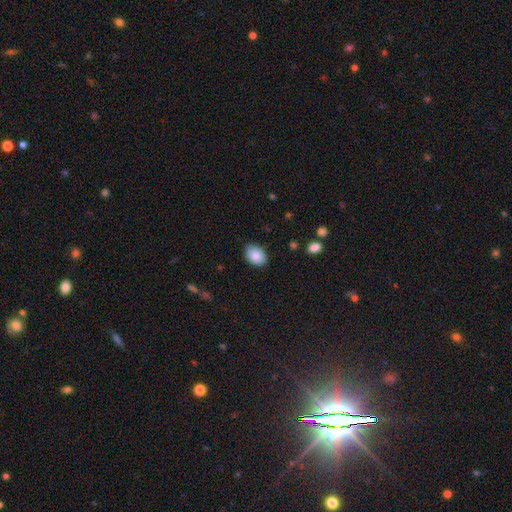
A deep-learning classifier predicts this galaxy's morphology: A smooth galaxy with no disk features (88%) that is in between round and cigar-shaped (79%).

Vote fractions:
- Smooth or featured? smooth: 88% / star or artifact: 7% / featured or disk: 5%
- How rounded? in between: 79% / round: 20% / cigar-shaped: 1%
- Merging? none: 85% / minor disturbance: 12% / major disturbance: 2% / merger: 1%